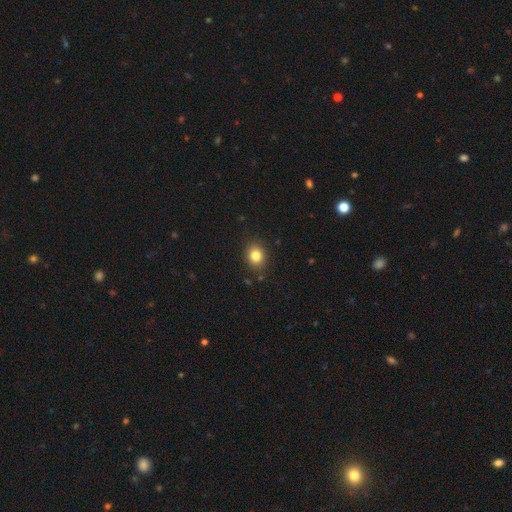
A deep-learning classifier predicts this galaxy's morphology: Smooth or featured?
  - smooth: 83% *
  - star or artifact: 11%
  - featured or disk: 6%
How rounded?
  - round: 59% *
  - in between: 40%
  - cigar-shaped: 1%
Merging?
  - none: 86% *
  - minor disturbance: 9%
  - major disturbance: 2%
  - merger: 2%